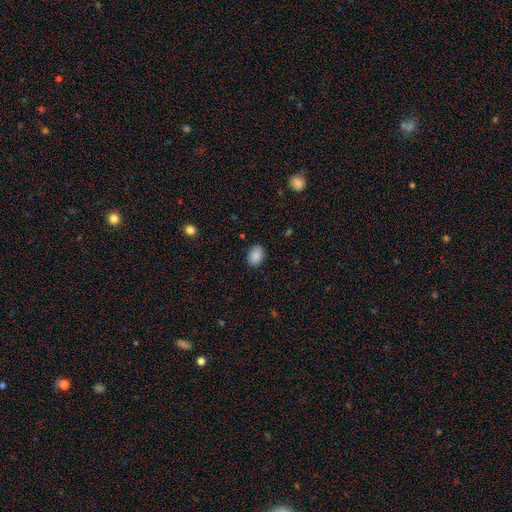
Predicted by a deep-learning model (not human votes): Q: Smooth or featured?
A: smooth (89%); runner-up: star or artifact (8%)
Q: How rounded?
A: in between (82%); runner-up: round (17%)
Q: Merging?
A: none (87%); runner-up: minor disturbance (10%)